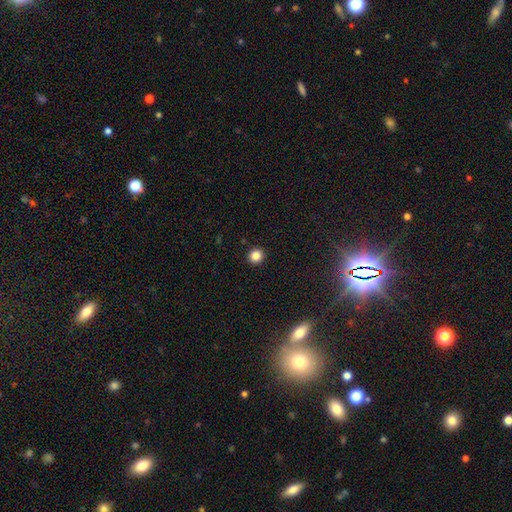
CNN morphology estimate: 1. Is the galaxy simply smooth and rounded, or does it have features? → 85% smooth, 11% star or artifact, 4% featured or disk.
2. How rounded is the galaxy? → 91% round, 8% in between, 1% cigar-shaped.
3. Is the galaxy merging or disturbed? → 93% none, 5% minor disturbance, 2% major disturbance, 1% merger.